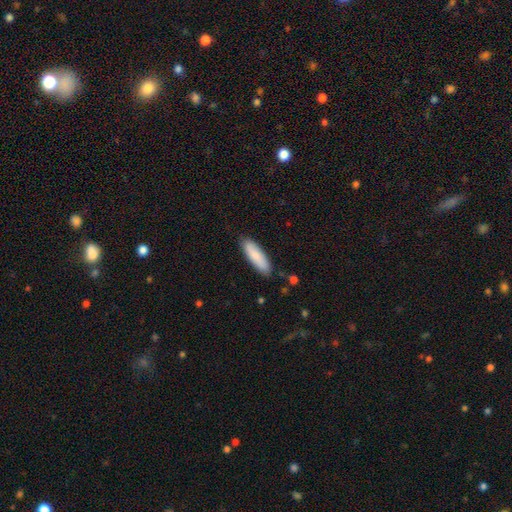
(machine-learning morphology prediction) Q: Smooth or featured?
A: smooth (82%); runner-up: featured or disk (12%)
Q: How rounded?
A: cigar-shaped (50%); runner-up: in between (48%)
Q: Merging?
A: none (85%); runner-up: minor disturbance (12%)